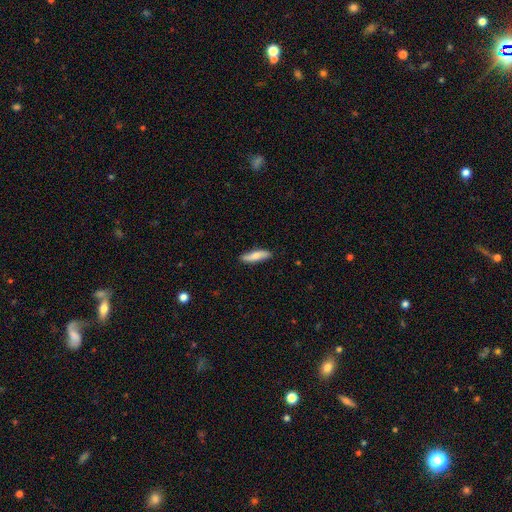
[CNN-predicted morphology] Smooth or featured? Predicted: smooth (p=0.68). How rounded? Predicted: cigar-shaped (p=0.66). Merging? Predicted: none (p=0.84).